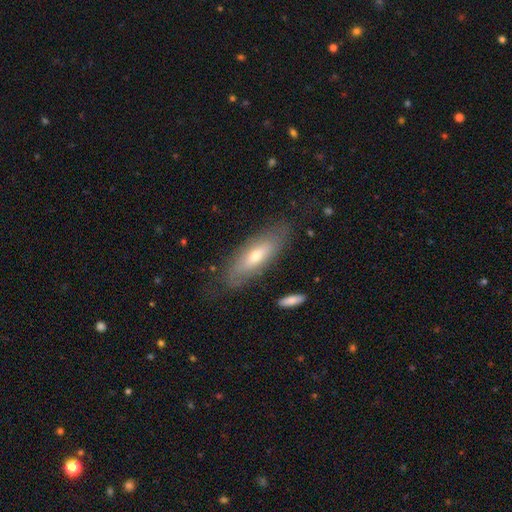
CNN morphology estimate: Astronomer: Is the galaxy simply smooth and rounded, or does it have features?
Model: smooth — 52% (runner-up: featured or disk, 40%).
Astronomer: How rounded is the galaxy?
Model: in between — 62%.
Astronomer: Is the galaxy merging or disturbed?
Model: none — 74%.